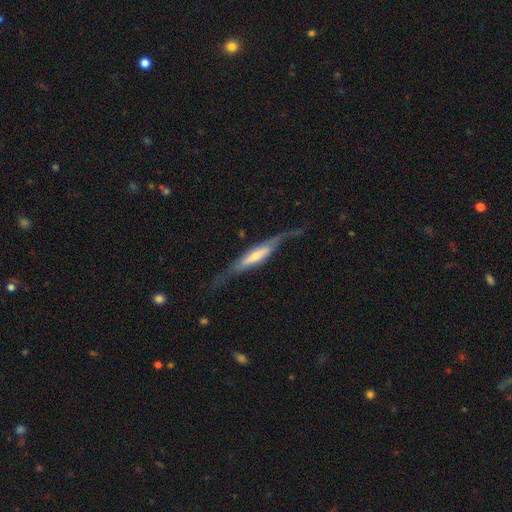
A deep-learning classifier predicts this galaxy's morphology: Smooth or featured?
  - featured or disk: 74% *
  - smooth: 20%
  - star or artifact: 6%
Edge-on disk?
  - yes: 76% *
  - no: 24%
Edge-on bulge?
  - rounded: 46% *
  - boxy: 29%
  - none: 25%
Merging?
  - none: 64% *
  - minor disturbance: 20%
  - major disturbance: 13%
  - merger: 2%